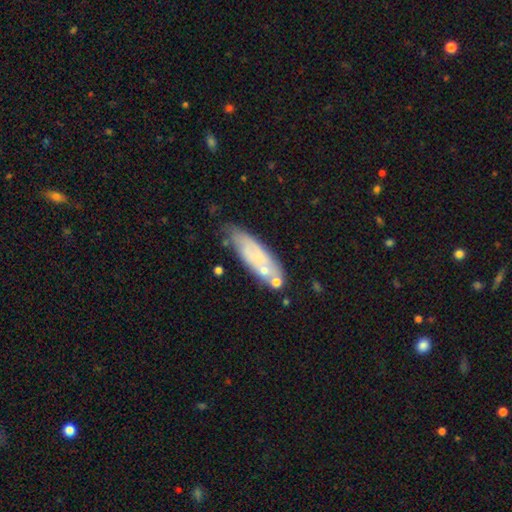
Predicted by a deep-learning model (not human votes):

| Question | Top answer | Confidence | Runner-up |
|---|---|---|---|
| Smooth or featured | smooth | 52% | featured or disk (39%) |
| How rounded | cigar-shaped | 50% | in between (48%) |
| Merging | none | 53% | minor disturbance (28%) |